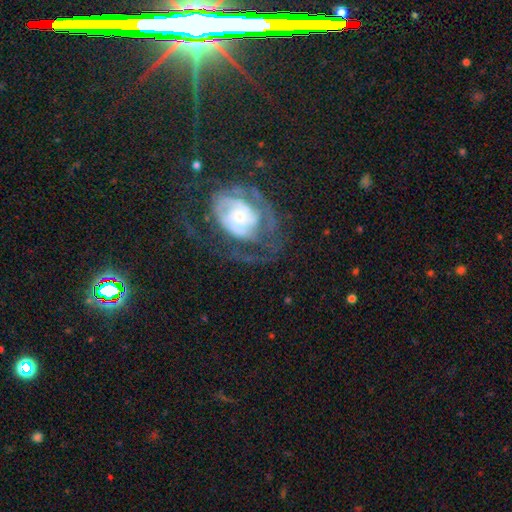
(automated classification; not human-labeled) smooth-or-featured: featured or disk: 65% | star or artifact: 20% | smooth: 15%
  disk-edge-on: no: 94% | yes: 6%
    bar: no: 67% | weak: 23% | strong: 11%
    has-spiral-arms: yes: 79% | no: 21%
    bulge-size: moderate: 42% | small: 30% | large: 18% | none: 6% | dominant: 4%
  merging: none: 65% | major disturbance: 17% | minor disturbance: 16% | merger: 2%